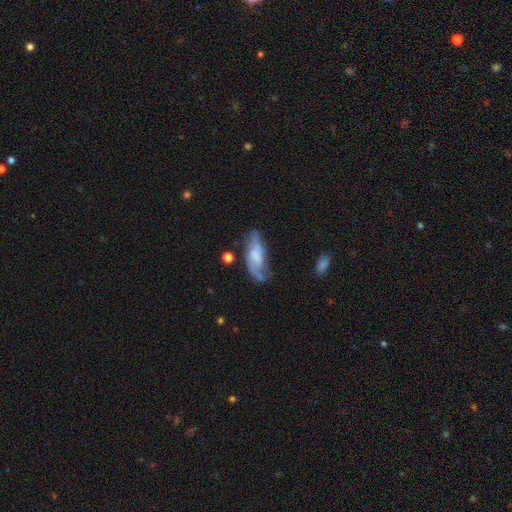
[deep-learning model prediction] The model was most divided on "bar": no: 49%, weak: 38%, strong: 13%. Remaining: edge-on disk — no (88%); spiral arms — yes (82%); smooth or featured — featured or disk (63%); merging — none (44%); bulge size — none (40%).